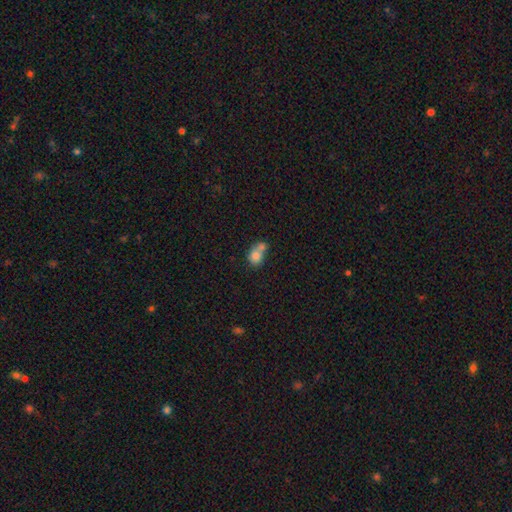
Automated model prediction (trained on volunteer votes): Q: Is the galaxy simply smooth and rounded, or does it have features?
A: smooth — 76%.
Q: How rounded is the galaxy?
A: round — 51%.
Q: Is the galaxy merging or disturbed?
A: merger — 63%.